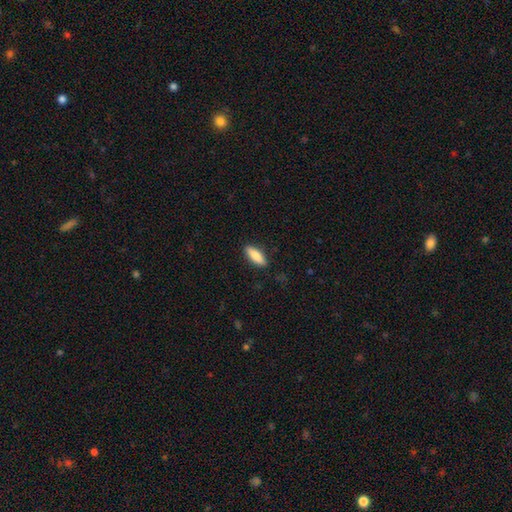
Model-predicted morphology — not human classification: Smooth or featured? Predicted: smooth (p=0.83). How rounded? Predicted: in between (p=0.58). Merging? Predicted: none (p=0.88).